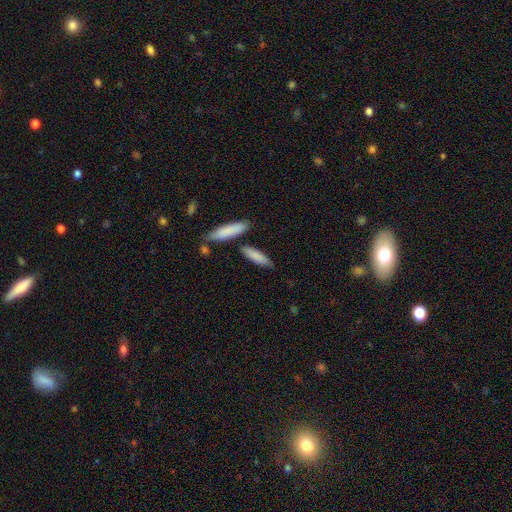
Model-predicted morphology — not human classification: Smooth or featured? smooth (83%)
How rounded? cigar-shaped (62%)
Merging? none (74%)